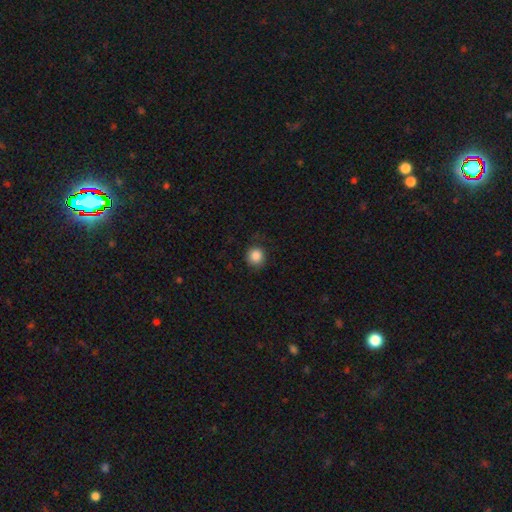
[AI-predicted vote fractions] This is clearly a smooth galaxy (86%). How rounded: clearly round (90%). Merging: likely none (80%).